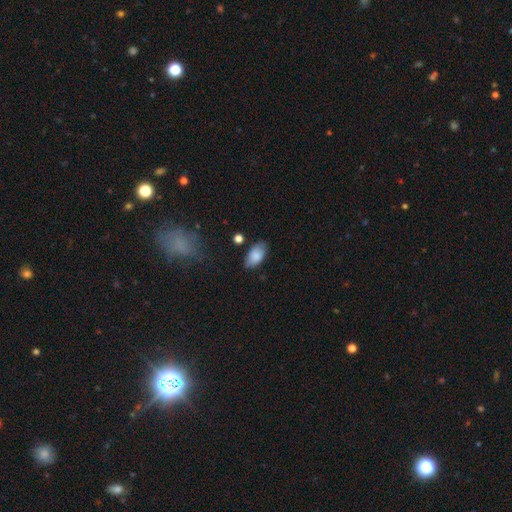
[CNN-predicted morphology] This is clearly a smooth galaxy (84%). How rounded: clearly in between (93%). Merging: likely none (72%).